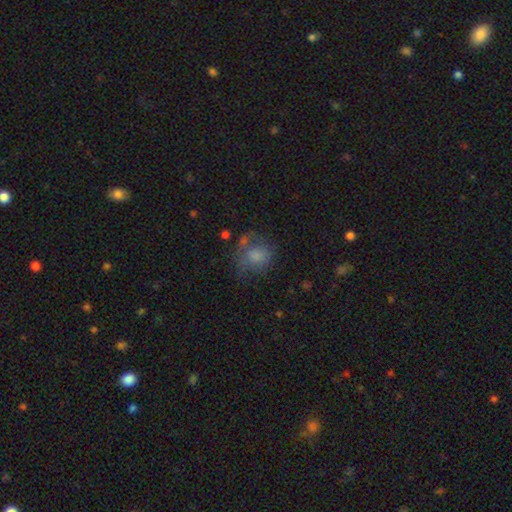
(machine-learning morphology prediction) Smooth or featured?
  - smooth: 69% *
  - featured or disk: 19%
  - star or artifact: 12%
How rounded?
  - round: 71% *
  - in between: 28%
  - cigar-shaped: 1%
Merging?
  - none: 45% *
  - minor disturbance: 26%
  - major disturbance: 23%
  - merger: 6%